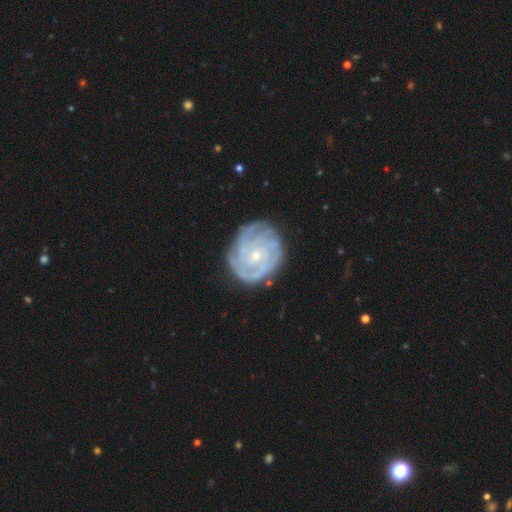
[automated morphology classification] Smooth or featured: featured or disk — 81% (smooth — 13%)
Edge-on disk: no — 97% (yes — 3%)
Bar: no — 77% (weak — 19%)
Spiral arms: yes — 93% (no — 7%)
Spiral winding: tight — 77% (medium — 19%)
Spiral arm count: can't tell — 37% (4 — 20%)
Bulge size: small — 75% (moderate — 22%)
Merging: none — 76% (minor disturbance — 17%)